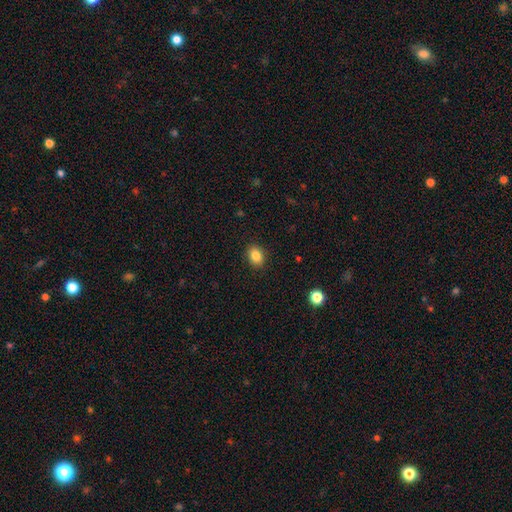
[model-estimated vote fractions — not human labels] The model was most divided on "how rounded": in between: 64%, round: 35%, cigar-shaped: 1%. More confident: merging — none (90%); smooth or featured — smooth (85%).